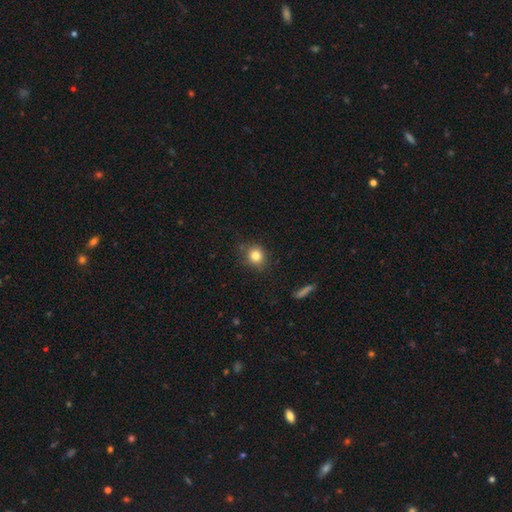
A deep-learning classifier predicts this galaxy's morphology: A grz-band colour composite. It shows a smooth galaxy with no disk features (81%) that is round (79%). Merging: none (80%).